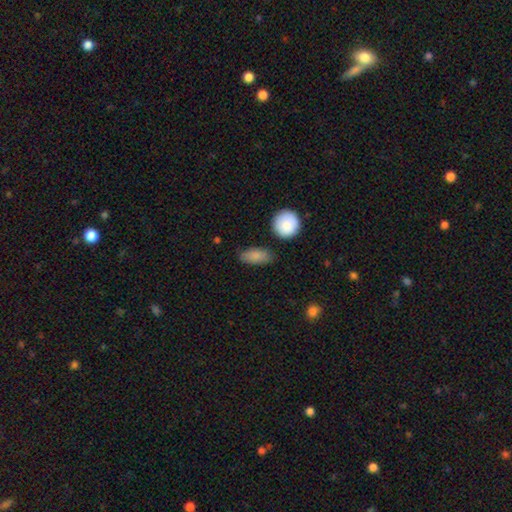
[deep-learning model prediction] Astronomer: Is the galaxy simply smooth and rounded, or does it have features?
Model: smooth — 86%.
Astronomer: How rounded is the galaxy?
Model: in between — 84%.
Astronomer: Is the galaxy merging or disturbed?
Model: none — 73%.